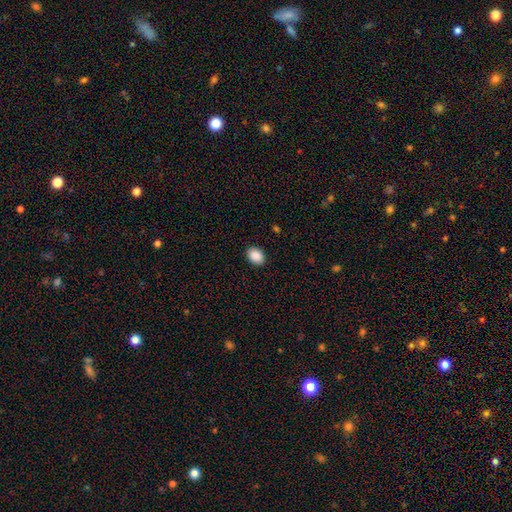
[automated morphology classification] Q: Smooth or featured?
A: smooth (90%); runner-up: star or artifact (8%)
Q: How rounded?
A: in between (72%); runner-up: round (27%)
Q: Merging?
A: none (90%); runner-up: minor disturbance (7%)